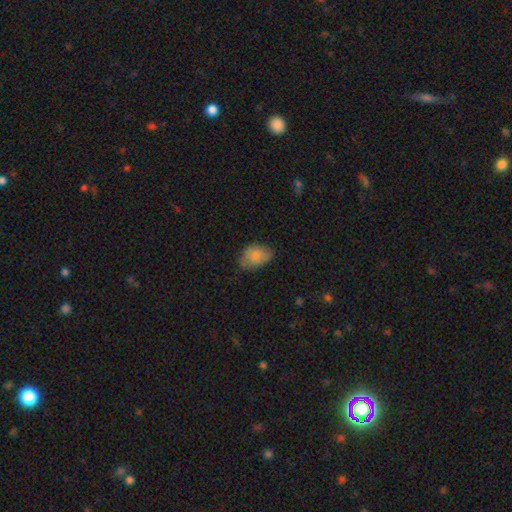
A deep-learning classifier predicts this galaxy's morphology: type=smooth (75%); roundness=in between (79%); merging=none (60%).